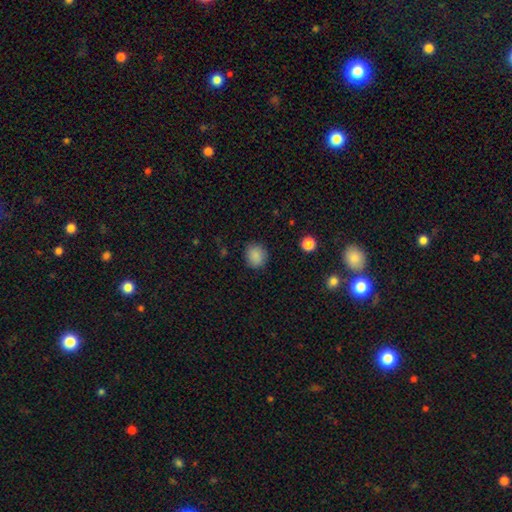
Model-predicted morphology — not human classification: smooth_or_featured: smooth (p=0.87) [alt: star or artifact p=0.09]
how_rounded: round (p=0.80) [alt: in between p=0.19]
merging: none (p=0.86) [alt: minor disturbance p=0.10]